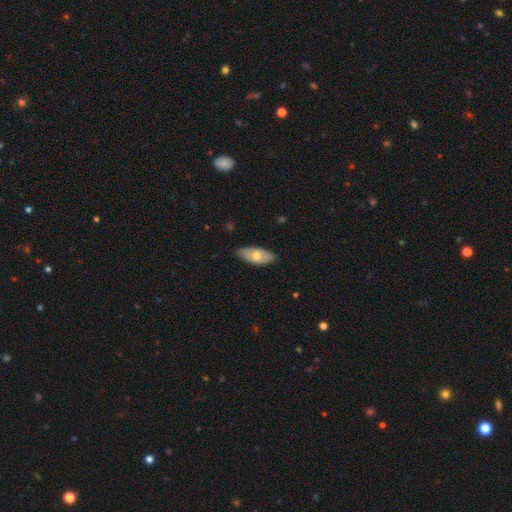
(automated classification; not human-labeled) smooth-or-featured: smooth: 68% | featured or disk: 27% | star or artifact: 6%
  how-rounded: in between: 86% | cigar-shaped: 11% | round: 3%
  merging: none: 81% | minor disturbance: 15% | major disturbance: 2% | merger: 1%